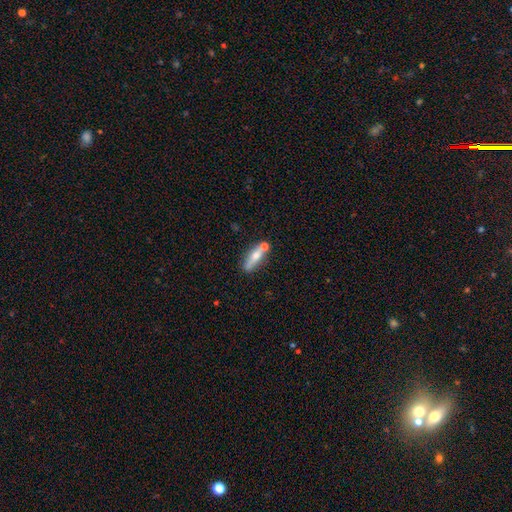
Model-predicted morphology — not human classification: This is possibly a smooth galaxy (57%). How rounded: possibly cigar-shaped (57%). Merging: likely none (61%).